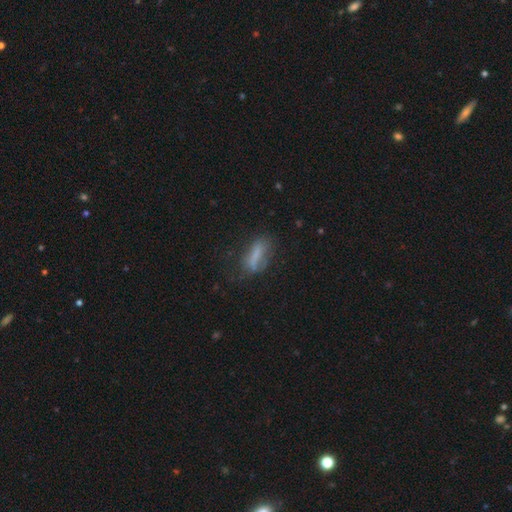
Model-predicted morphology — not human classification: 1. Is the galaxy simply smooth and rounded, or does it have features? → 63% smooth, 26% featured or disk, 11% star or artifact.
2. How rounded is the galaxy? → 50% in between, 47% cigar-shaped, 3% round.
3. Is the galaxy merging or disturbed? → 52% none, 26% minor disturbance, 18% major disturbance, 3% merger.